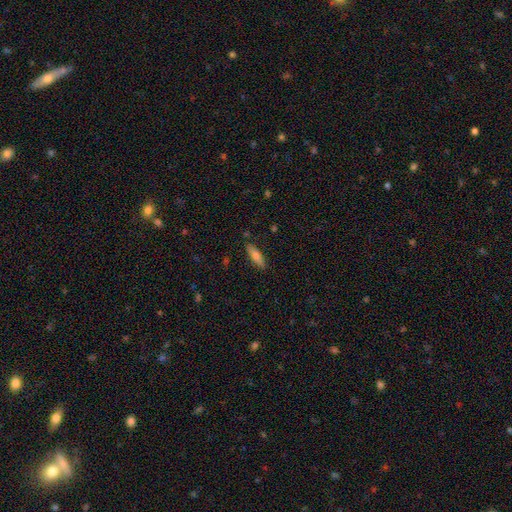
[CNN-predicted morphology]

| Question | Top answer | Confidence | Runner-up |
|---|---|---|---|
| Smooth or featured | smooth | 71% | featured or disk (23%) |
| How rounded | cigar-shaped | 54% | in between (44%) |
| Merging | none | 86% | minor disturbance (10%) |